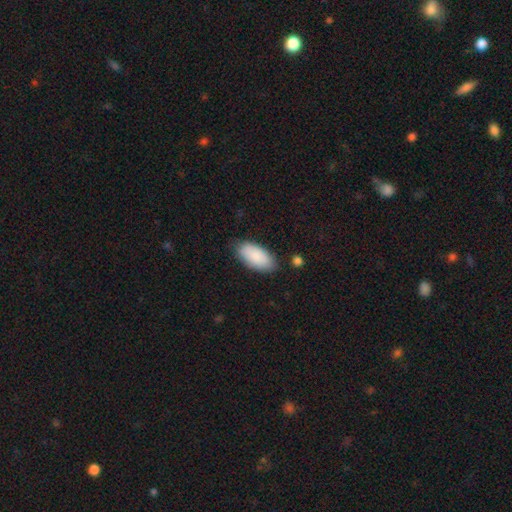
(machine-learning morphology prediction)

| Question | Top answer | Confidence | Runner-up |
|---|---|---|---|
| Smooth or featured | smooth | 87% | featured or disk (7%) |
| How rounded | in between | 93% | cigar-shaped (5%) |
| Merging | none | 80% | minor disturbance (15%) |